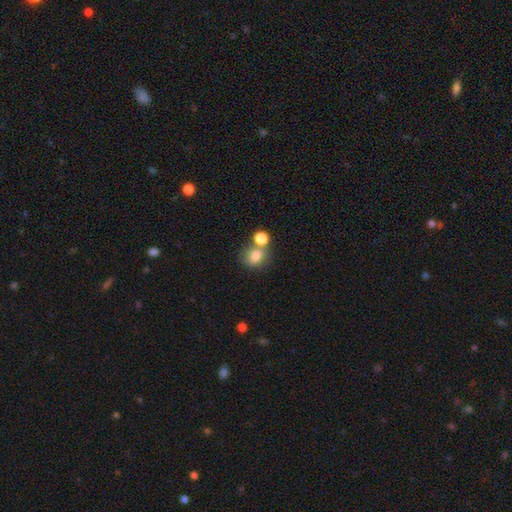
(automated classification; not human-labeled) A smooth galaxy with no disk features (78%) that is round (71%).

Vote fractions:
- Smooth or featured? smooth: 78% / star or artifact: 12% / featured or disk: 10%
- How rounded? round: 71% / in between: 28% / cigar-shaped: 1%
- Merging? none: 49% / merger: 35% / minor disturbance: 11% / major disturbance: 5%